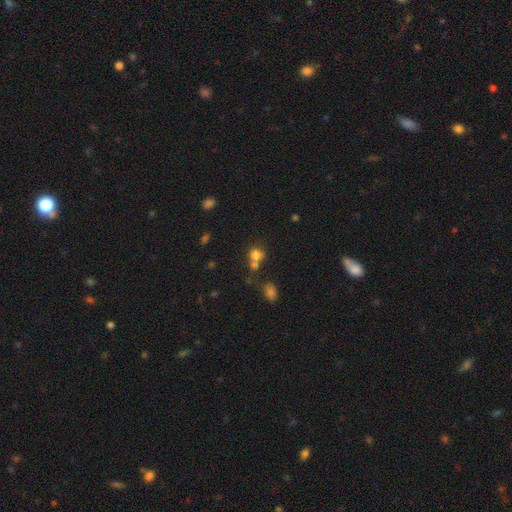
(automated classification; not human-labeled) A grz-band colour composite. It shows a smooth galaxy with no disk features (76%) that is round (68%). Merging: merger (44%).